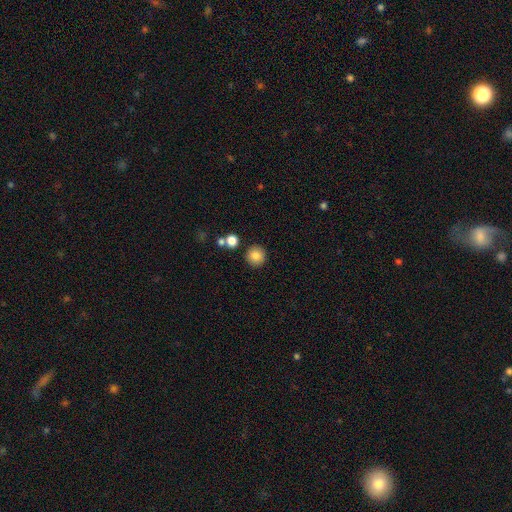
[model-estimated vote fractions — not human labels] Smooth or featured?
  - smooth: 85% *
  - star or artifact: 10%
  - featured or disk: 6%
How rounded?
  - round: 94% *
  - in between: 5%
  - cigar-shaped: 1%
Merging?
  - none: 88% *
  - minor disturbance: 6%
  - merger: 4%
  - major disturbance: 2%